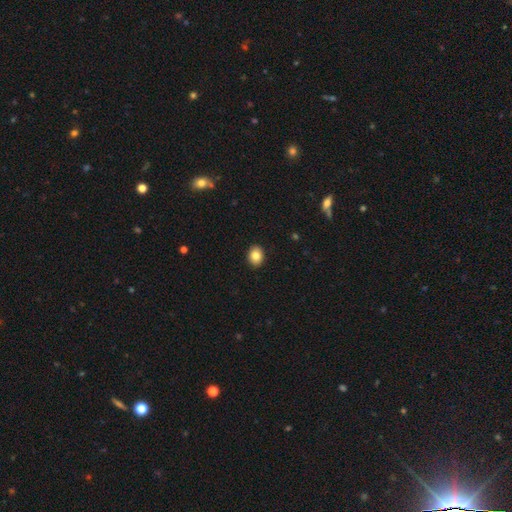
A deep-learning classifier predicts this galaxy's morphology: Q: Smooth or featured?
A: smooth (84%); runner-up: star or artifact (9%)
Q: How rounded?
A: in between (52%); runner-up: round (47%)
Q: Merging?
A: none (91%); runner-up: minor disturbance (6%)